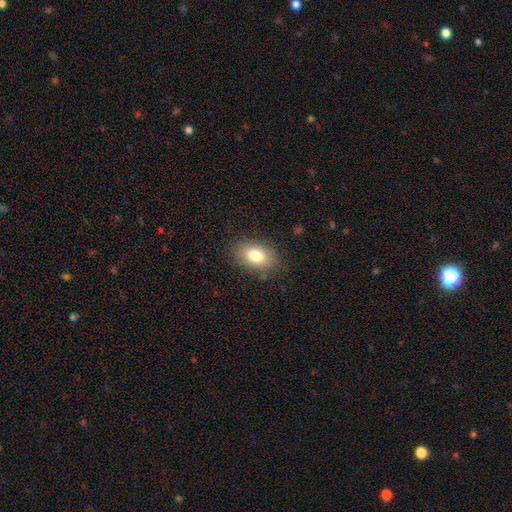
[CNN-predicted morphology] A smooth galaxy with no disk features (81%) that is in between round and cigar-shaped (84%).

Vote fractions:
- Smooth or featured? smooth: 81% / featured or disk: 10% / star or artifact: 9%
- How rounded? in between: 84% / round: 15% / cigar-shaped: 1%
- Merging? none: 83% / minor disturbance: 13% / major disturbance: 4% / merger: 1%